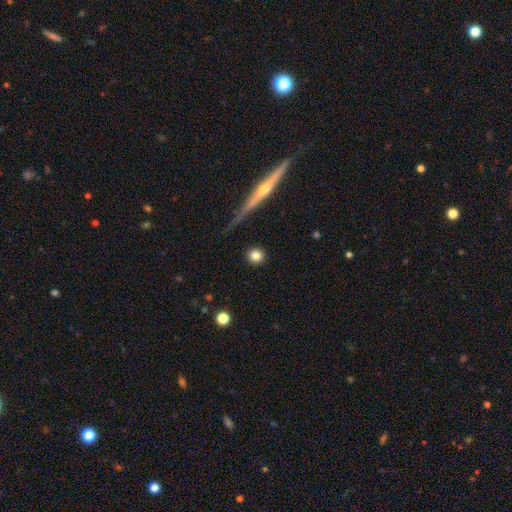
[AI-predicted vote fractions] smooth 83%, star or artifact 9%, featured or disk 8%. Down the decision tree: how rounded — round (91%); merging — none (90%).